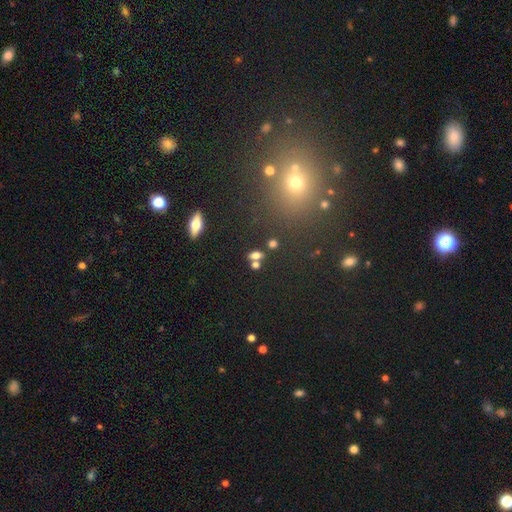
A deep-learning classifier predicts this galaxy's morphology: smooth_or_featured: smooth (p=0.69) [alt: star or artifact p=0.17]
how_rounded: in between (p=0.72) [alt: round p=0.22]
merging: none (p=0.58) [alt: merger p=0.27]